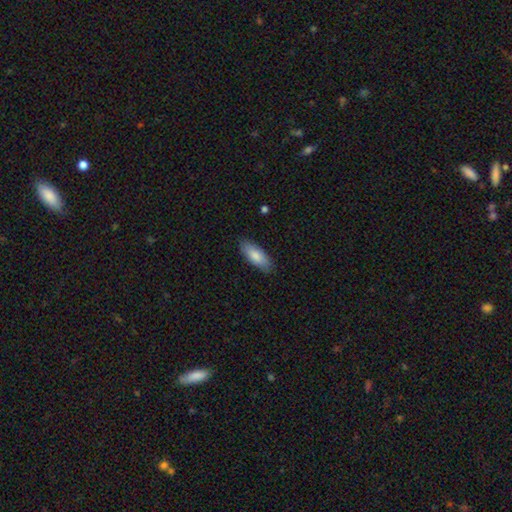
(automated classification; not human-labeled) This is clearly a smooth galaxy (84%). How rounded: likely in between (73%). Merging: clearly none (86%).